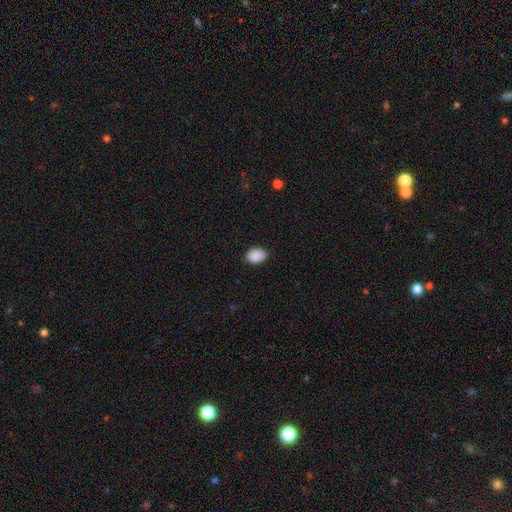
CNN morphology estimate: This appears to be a smooth galaxy with no disk features (90%) that is in between round and cigar-shaped (80%). Merging: none (84%).